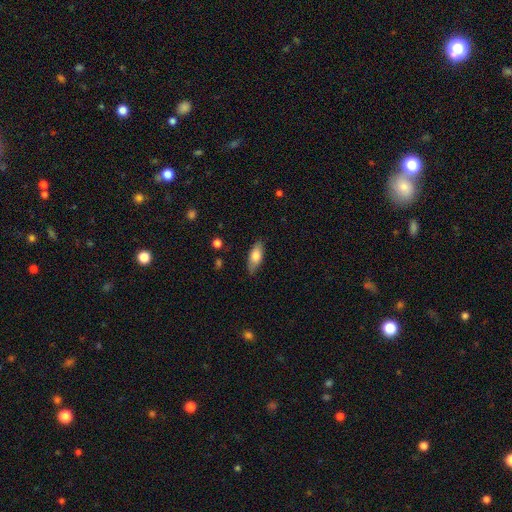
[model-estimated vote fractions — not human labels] A smooth galaxy with no disk features (73%) that is in between round and cigar-shaped (77%).

Vote fractions:
- Smooth or featured? smooth: 73% / featured or disk: 20% / star or artifact: 6%
- How rounded? in between: 77% / cigar-shaped: 20% / round: 3%
- Merging? none: 84% / minor disturbance: 12% / major disturbance: 2% / merger: 1%